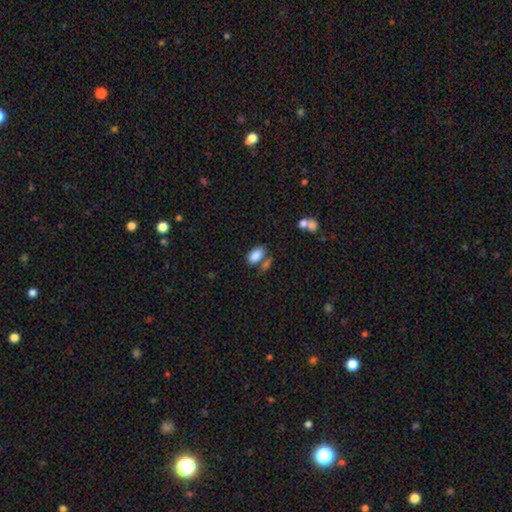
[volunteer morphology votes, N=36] Smooth or featured: smooth — 89% (featured or disk — 8%)
How rounded: in between — 97% (round — 3%)
Merging: none — 74% (major disturbance — 14%)